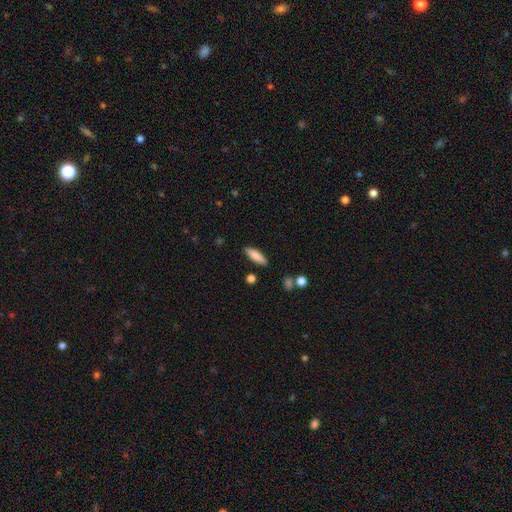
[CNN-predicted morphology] Smooth or featured?
  - smooth: 82% *
  - featured or disk: 11%
  - star or artifact: 7%
How rounded?
  - cigar-shaped: 59% *
  - in between: 39%
  - round: 2%
Merging?
  - none: 86% *
  - minor disturbance: 9%
  - merger: 2%
  - major disturbance: 2%